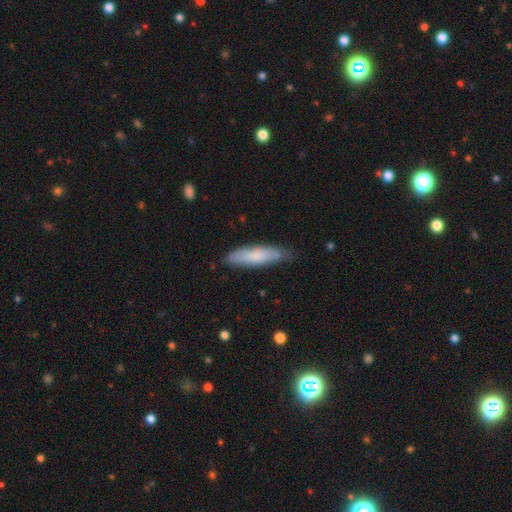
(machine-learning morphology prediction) A smooth galaxy with no disk features (73%) that is cigar-shaped (72%).

Vote fractions:
- Smooth or featured? smooth: 73% / featured or disk: 21% / star or artifact: 6%
- How rounded? cigar-shaped: 72% / in between: 27% / round: 1%
- Merging? none: 76% / minor disturbance: 20% / major disturbance: 3% / merger: 1%